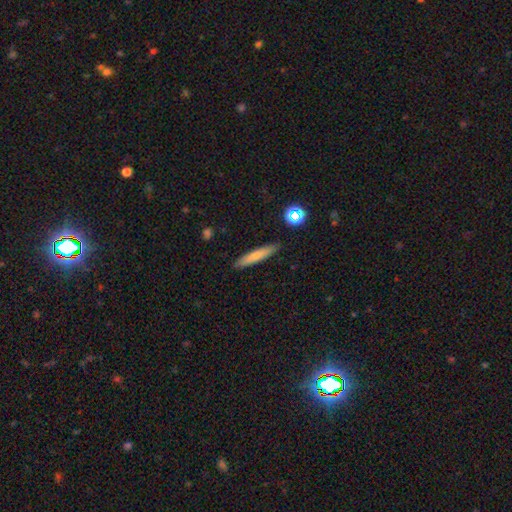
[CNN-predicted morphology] This is likely a smooth galaxy (71%). How rounded: clearly cigar-shaped (91%). Merging: clearly none (89%).